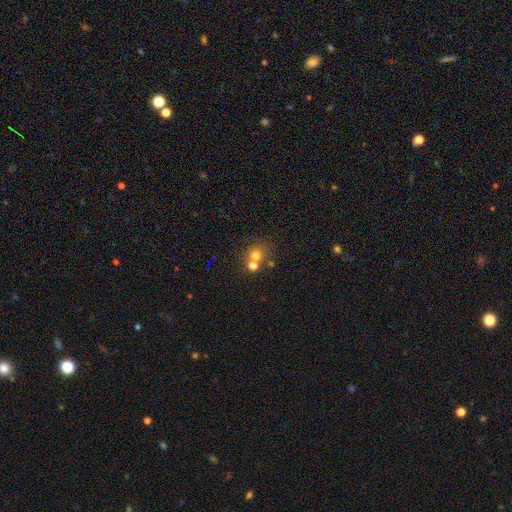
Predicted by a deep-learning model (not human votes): Q: Smooth or featured?
A: smooth (67%); runner-up: star or artifact (18%)
Q: How rounded?
A: round (84%); runner-up: in between (15%)
Q: Merging?
A: none (48%); runner-up: merger (41%)